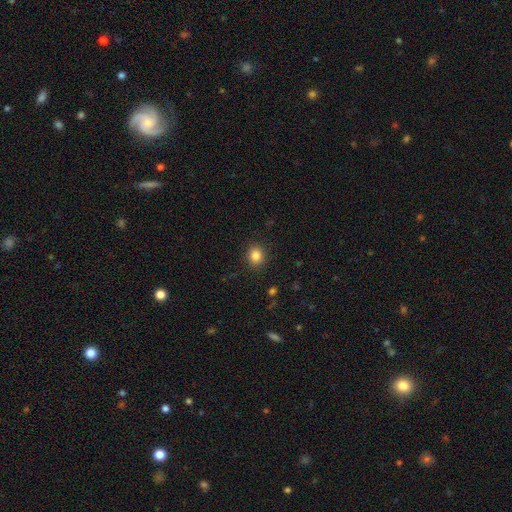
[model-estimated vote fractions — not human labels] This appears to be a smooth galaxy with no disk features (84%) that is round (76%). Merging: none (90%).